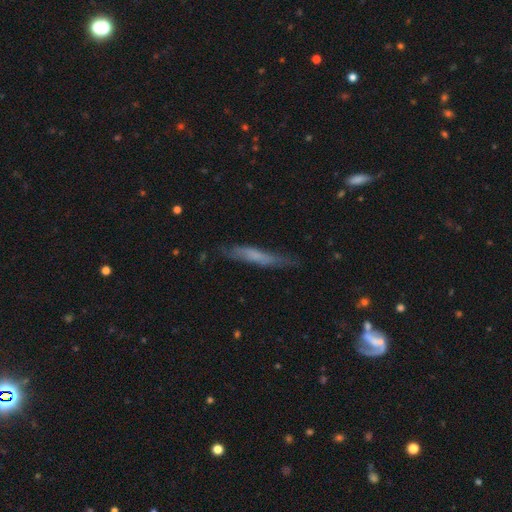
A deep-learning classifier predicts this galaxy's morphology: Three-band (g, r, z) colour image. It shows a smooth galaxy with no disk features (53%) that is cigar-shaped (92%). Merging: none (71%).